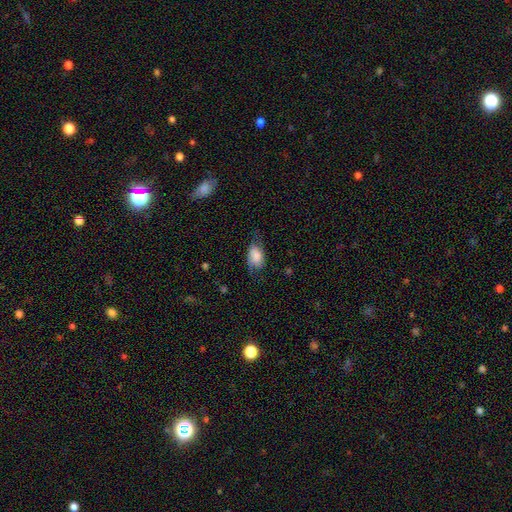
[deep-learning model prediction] A smooth galaxy with no disk features (72%) that is in between round and cigar-shaped (89%). Merging: none (52%).